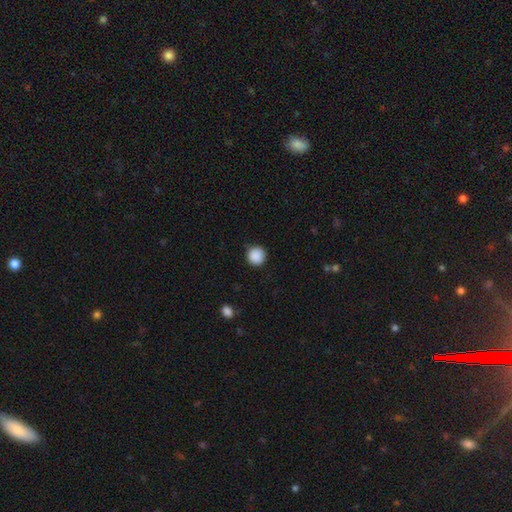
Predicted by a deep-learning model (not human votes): Morphology: type=smooth (89%); roundness=round (95%); merging=none (90%).